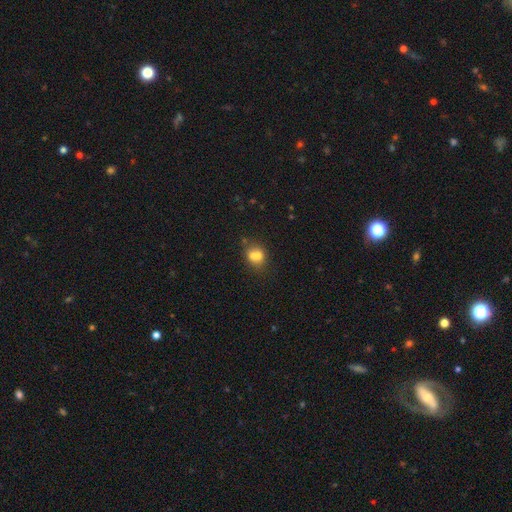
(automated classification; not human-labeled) This is likely a smooth galaxy (69%). How rounded: likely round (67%). Merging: possibly merger (50%).